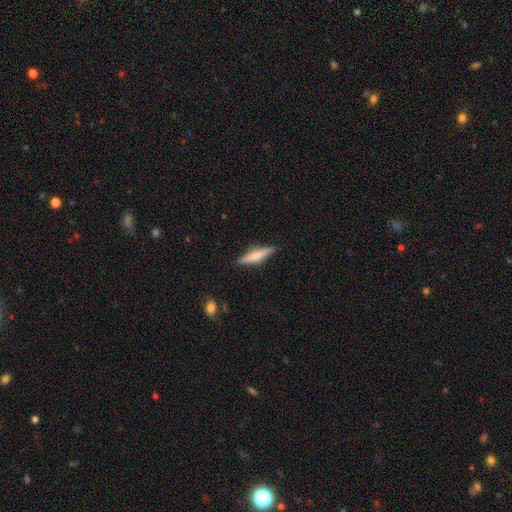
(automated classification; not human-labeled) Morphology: type=smooth (61%); roundness=cigar-shaped (86%); merging=none (88%).